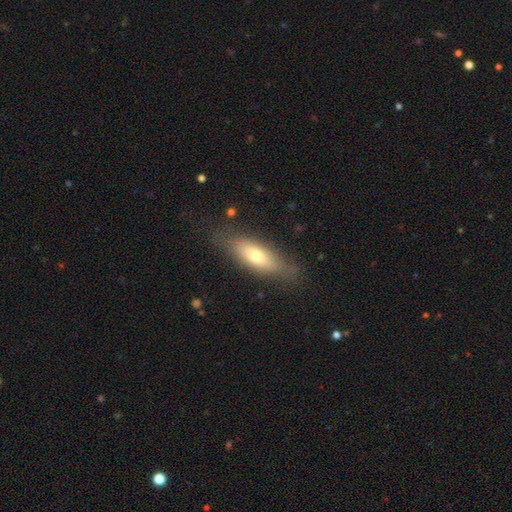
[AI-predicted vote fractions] smooth-or-featured: smooth: 65% | featured or disk: 29% | star or artifact: 7%
  how-rounded: in between: 60% | cigar-shaped: 38% | round: 3%
  merging: none: 76% | minor disturbance: 17% | major disturbance: 5% | merger: 1%